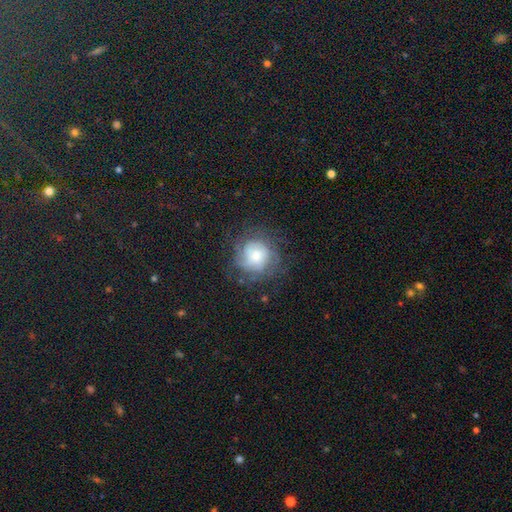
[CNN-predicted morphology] This is possibly a featured or disk galaxy (48%). Merging: likely none (66%).